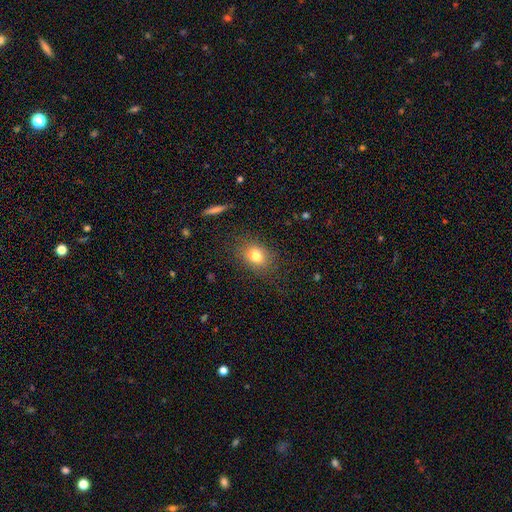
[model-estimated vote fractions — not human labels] A smooth galaxy with no disk features (79%) that is in between round and cigar-shaped (65%). Merging: none (80%).